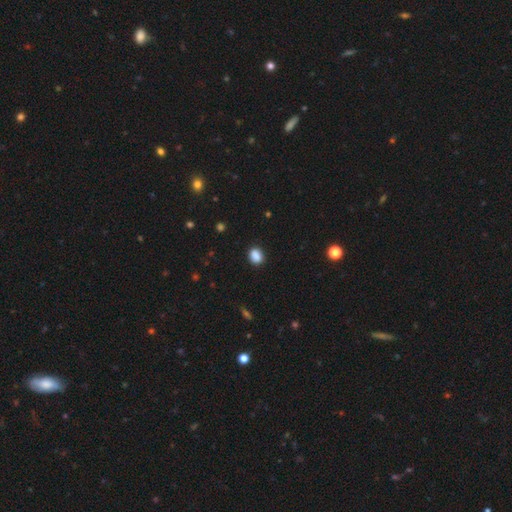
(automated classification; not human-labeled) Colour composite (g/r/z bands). It shows a smooth galaxy with no disk features (87%) that is in between round and cigar-shaped (60%). Merging: none (85%).